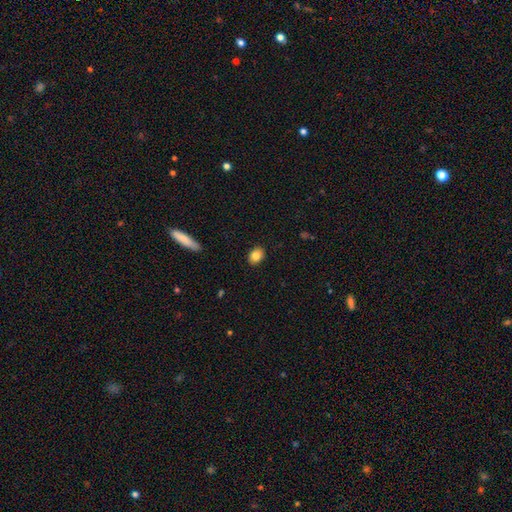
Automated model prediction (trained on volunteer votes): A smooth galaxy with no disk features (84%) that is in between round and cigar-shaped (64%). Merging: none (89%).